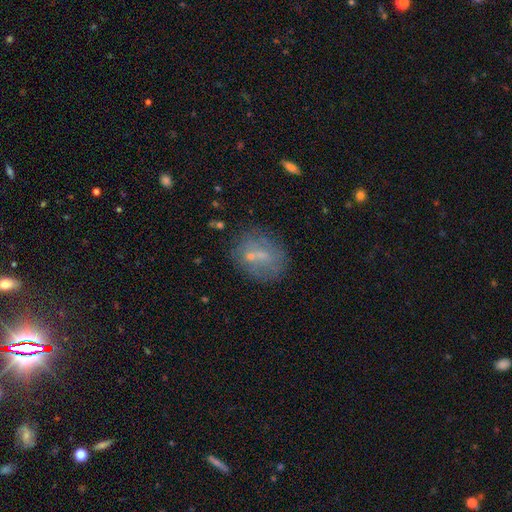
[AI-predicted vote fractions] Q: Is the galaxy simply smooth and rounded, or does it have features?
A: smooth — 48%.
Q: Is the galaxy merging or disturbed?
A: none — 66%.